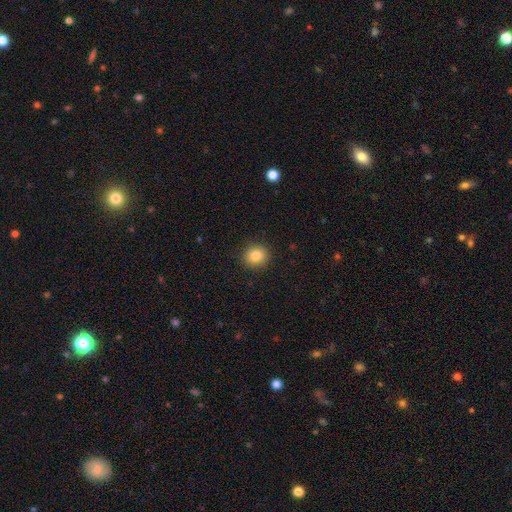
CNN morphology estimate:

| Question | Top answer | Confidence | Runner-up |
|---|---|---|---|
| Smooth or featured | smooth | 83% | star or artifact (10%) |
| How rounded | round | 88% | in between (11%) |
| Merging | none | 91% | minor disturbance (6%) |